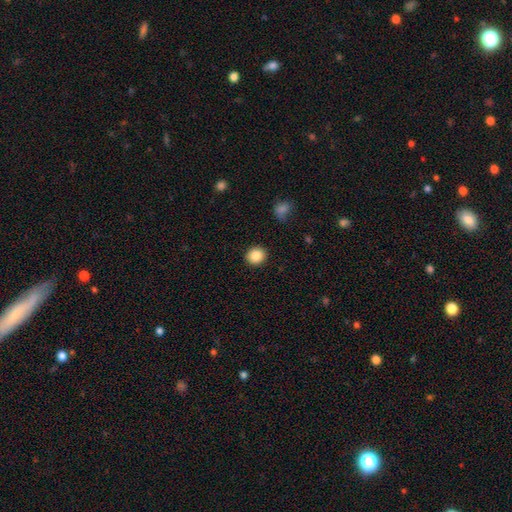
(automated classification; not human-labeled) Smooth or featured? smooth (87%)
How rounded? round (83%)
Merging? none (91%)